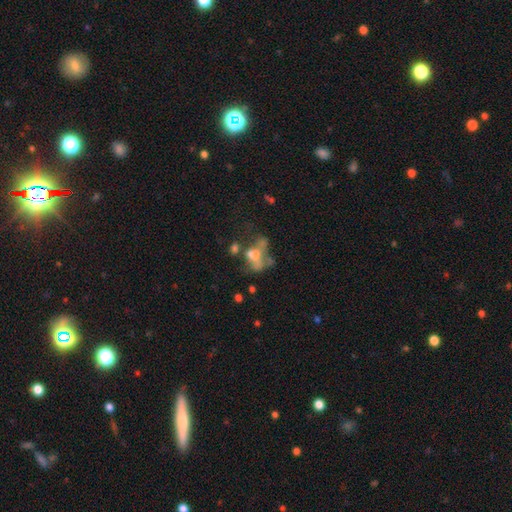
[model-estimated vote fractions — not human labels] Overall: featured or disk (50%; smooth 30%). Merging: major disturbance (33%; merger 31%).